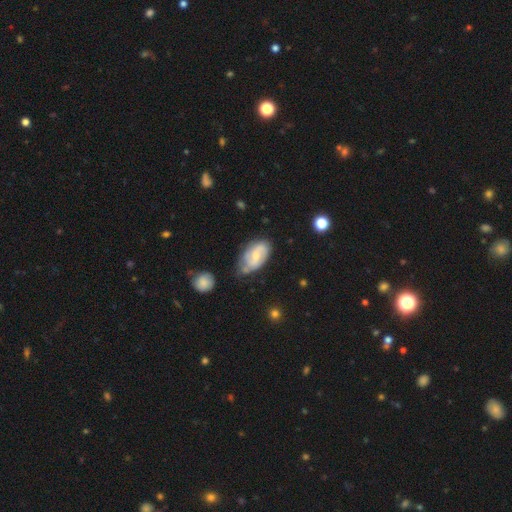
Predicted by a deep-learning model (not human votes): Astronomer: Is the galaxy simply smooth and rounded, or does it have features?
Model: featured or disk — 60%.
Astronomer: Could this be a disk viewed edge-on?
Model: no — 95%.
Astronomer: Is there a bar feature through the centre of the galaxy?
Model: weak — 46% (runner-up: no, 43%).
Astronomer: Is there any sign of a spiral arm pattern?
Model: yes — 81%.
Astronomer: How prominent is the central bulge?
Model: moderate — 50% (runner-up: small, 45%).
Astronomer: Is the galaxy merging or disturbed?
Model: none — 54%.